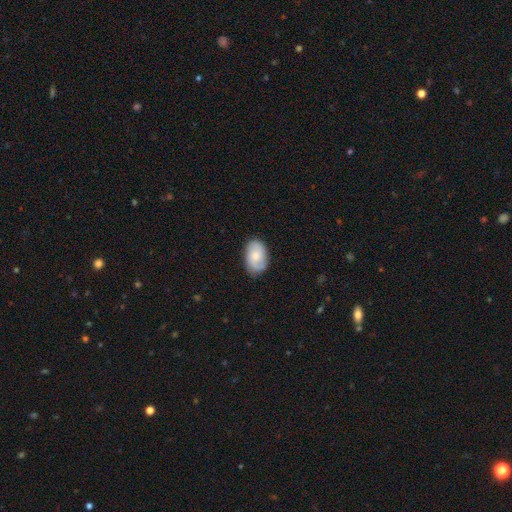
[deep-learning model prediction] Q: Smooth or featured?
A: smooth (52%); runner-up: featured or disk (41%)
Q: How rounded?
A: in between (87%); runner-up: round (12%)
Q: Merging?
A: none (77%); runner-up: minor disturbance (18%)